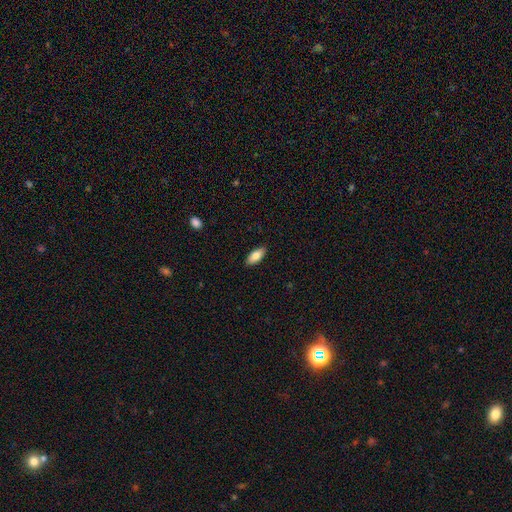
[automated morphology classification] smooth-or-featured: smooth: 82% | featured or disk: 12% | star or artifact: 6%
  how-rounded: in between: 85% | cigar-shaped: 13% | round: 2%
  merging: none: 89% | minor disturbance: 9% | major disturbance: 2% | merger: 1%